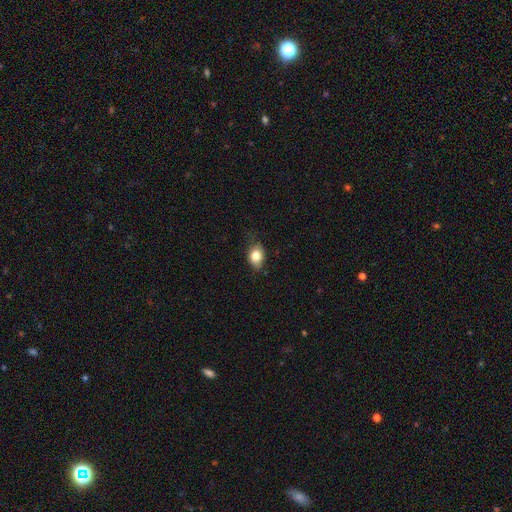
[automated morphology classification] Smooth or featured? smooth (80%)
How rounded? in between (66%)
Merging? none (66%)